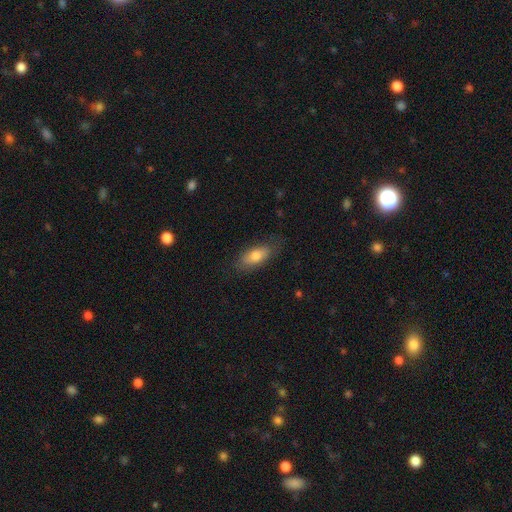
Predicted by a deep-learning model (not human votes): Smooth or featured? smooth (76%)
How rounded? in between (82%)
Merging? none (78%)